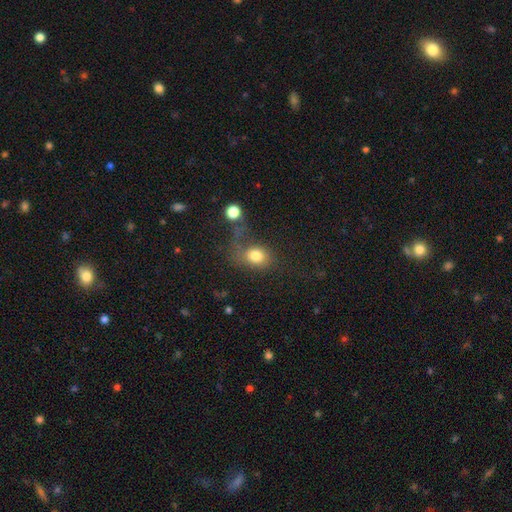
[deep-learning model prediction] A smooth galaxy with no disk features (79%) that is round (53%).

Vote fractions:
- Smooth or featured? smooth: 79% / star or artifact: 11% / featured or disk: 10%
- How rounded? round: 53% / in between: 45% / cigar-shaped: 1%
- Merging? none: 40% / major disturbance: 27% / minor disturbance: 20% / merger: 13%